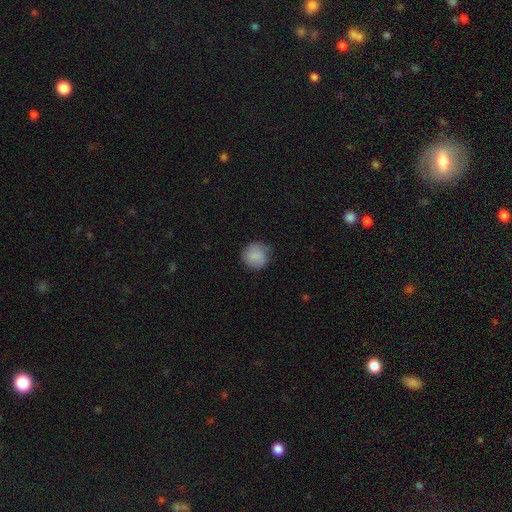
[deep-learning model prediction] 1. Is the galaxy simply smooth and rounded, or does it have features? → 85% smooth, 8% featured or disk, 7% star or artifact.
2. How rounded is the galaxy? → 88% round, 11% in between, 1% cigar-shaped.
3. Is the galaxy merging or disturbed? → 68% none, 25% minor disturbance, 6% major disturbance, 1% merger.